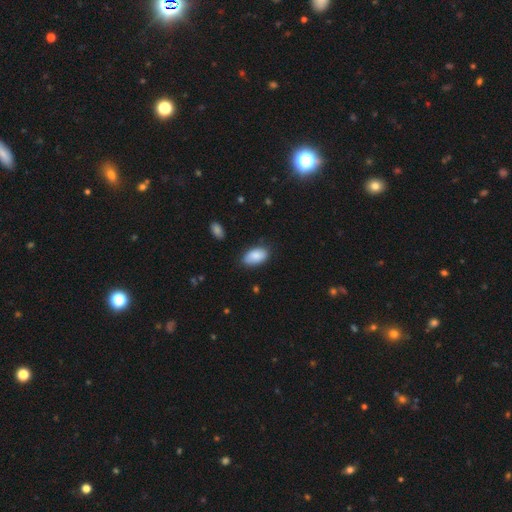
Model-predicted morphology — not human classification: The model was most divided on "merging": none: 78%, minor disturbance: 17%, major disturbance: 3%, merger: 1%. More confident: how rounded — in between (94%); smooth or featured — smooth (86%).